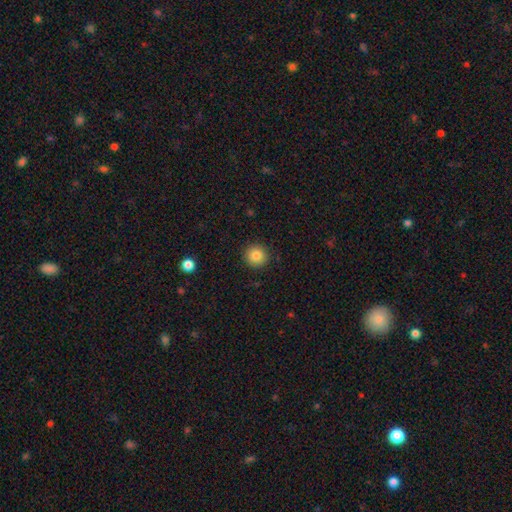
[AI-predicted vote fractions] Smooth or featured?
  - smooth: 84% *
  - star or artifact: 10%
  - featured or disk: 6%
How rounded?
  - round: 94% *
  - in between: 5%
  - cigar-shaped: 1%
Merging?
  - none: 91% *
  - minor disturbance: 6%
  - major disturbance: 2%
  - merger: 1%